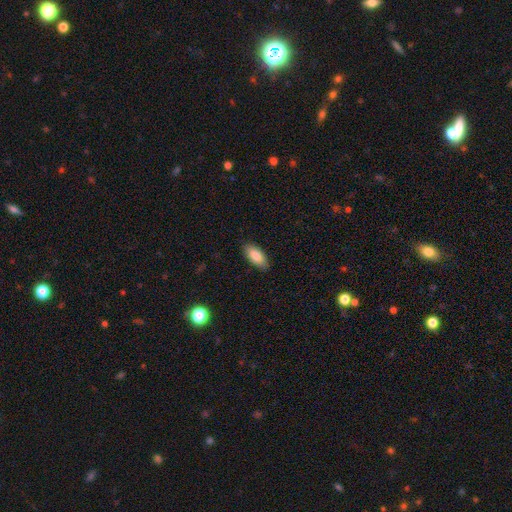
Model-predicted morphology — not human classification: type=smooth (83%); roundness=in between (85%); merging=none (88%).